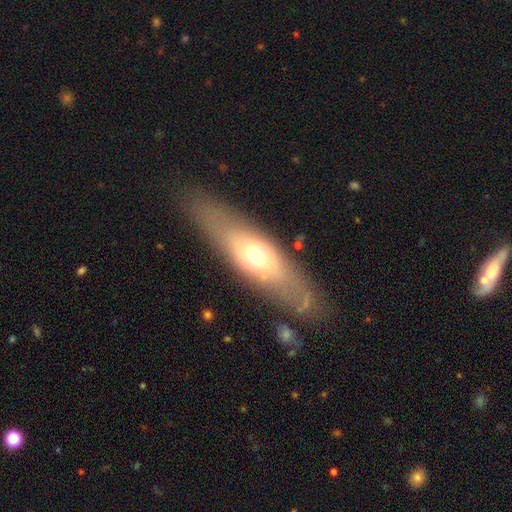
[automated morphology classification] smooth 47%, featured or disk 45%, star or artifact 8%. Down the decision tree: merging — none (77%).